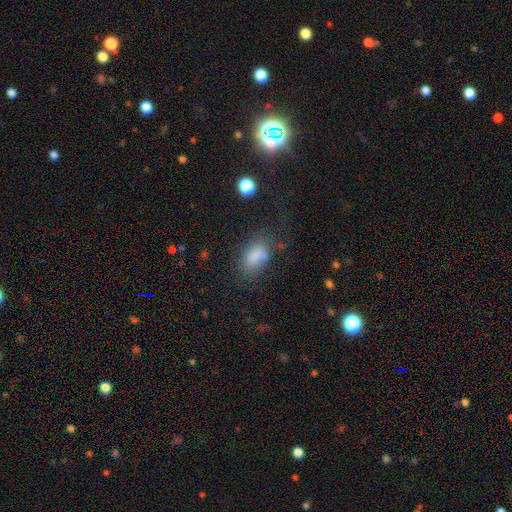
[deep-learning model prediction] Smooth or featured? Predicted: smooth (p=0.75). How rounded? Predicted: in between (p=0.87). Merging? Predicted: none (p=0.45).